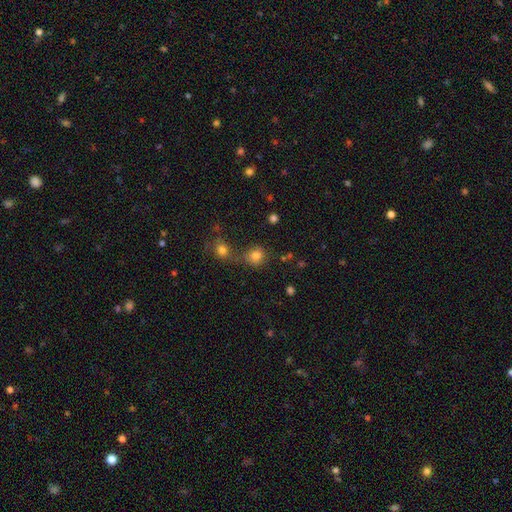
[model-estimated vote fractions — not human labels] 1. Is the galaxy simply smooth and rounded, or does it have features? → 80% smooth, 13% star or artifact, 7% featured or disk.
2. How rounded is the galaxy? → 81% round, 18% in between, 1% cigar-shaped.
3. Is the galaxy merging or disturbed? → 55% none, 27% merger, 12% minor disturbance, 6% major disturbance.